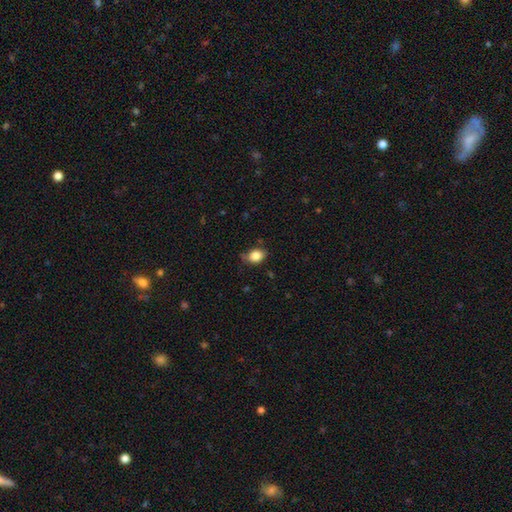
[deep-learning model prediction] Overall: smooth (85%). How rounded: in between (66%; round 33%). Merging: none (72%).